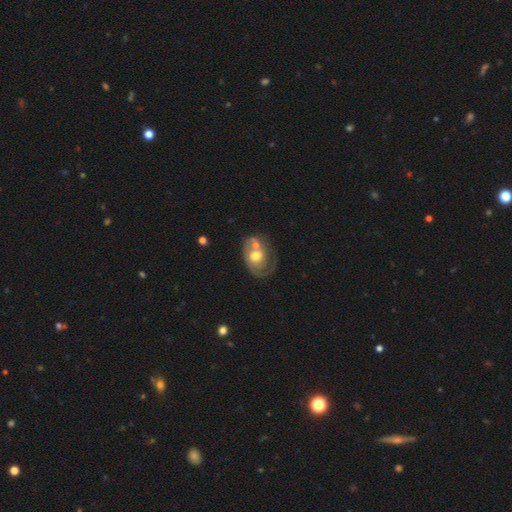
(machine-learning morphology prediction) Smooth or featured?
  - featured or disk: 61% *
  - smooth: 33%
  - star or artifact: 7%
Edge-on disk?
  - no: 96% *
  - yes: 4%
Bar?
  - no: 80% *
  - weak: 17%
  - strong: 3%
Spiral arms?
  - yes: 62% *
  - no: 38%
Bulge size?
  - moderate: 71% *
  - small: 13%
  - large: 12%
  - none: 2%
  - dominant: 1%
Merging?
  - merger: 34% *
  - none: 32%
  - minor disturbance: 18%
  - major disturbance: 16%